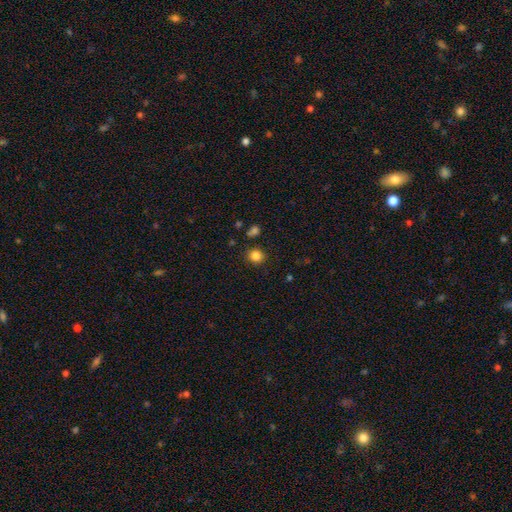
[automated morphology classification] Smooth or featured?
  - smooth: 84% *
  - star or artifact: 12%
  - featured or disk: 4%
How rounded?
  - round: 87% *
  - in between: 12%
  - cigar-shaped: 1%
Merging?
  - none: 87% *
  - minor disturbance: 8%
  - merger: 3%
  - major disturbance: 3%